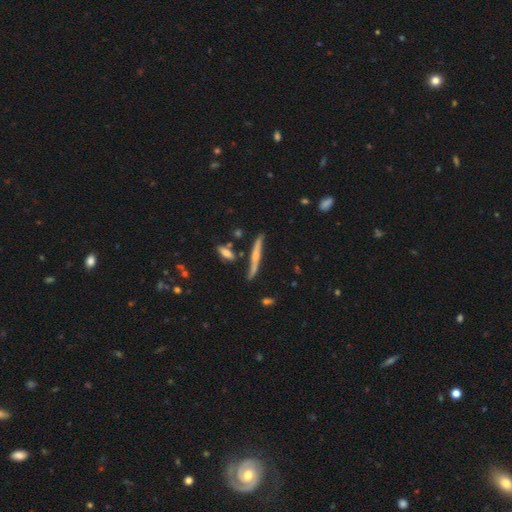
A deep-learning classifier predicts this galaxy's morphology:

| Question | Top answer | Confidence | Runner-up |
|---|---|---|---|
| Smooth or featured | featured or disk | 63% | smooth (31%) |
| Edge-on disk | yes | 93% | no (7%) |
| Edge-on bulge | rounded | 60% | none (31%) |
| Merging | none | 77% | minor disturbance (15%) |